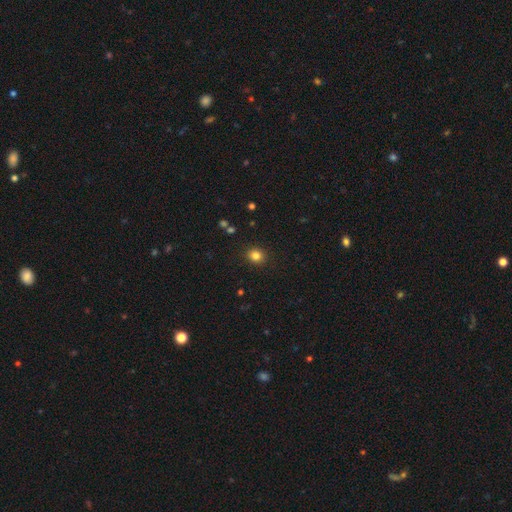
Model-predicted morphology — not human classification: The model was most divided on "how rounded": round: 78%, in between: 21%, cigar-shaped: 1%. More confident: merging — none (90%); smooth or featured — smooth (82%).